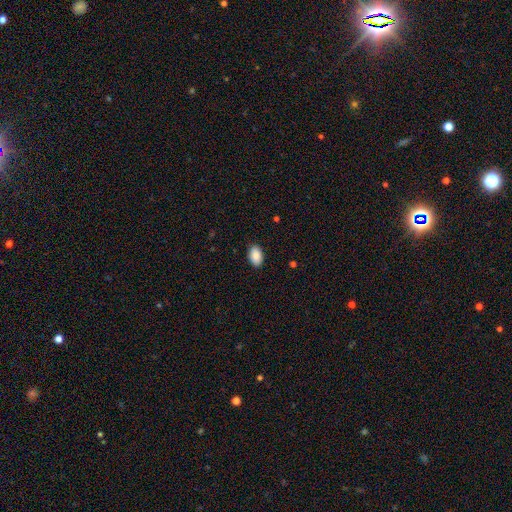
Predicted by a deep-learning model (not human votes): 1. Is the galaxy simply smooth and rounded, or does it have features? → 90% smooth, 7% star or artifact, 3% featured or disk.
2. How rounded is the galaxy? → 93% in between, 6% round, 1% cigar-shaped.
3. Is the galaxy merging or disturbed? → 88% none, 9% minor disturbance, 2% major disturbance, 1% merger.